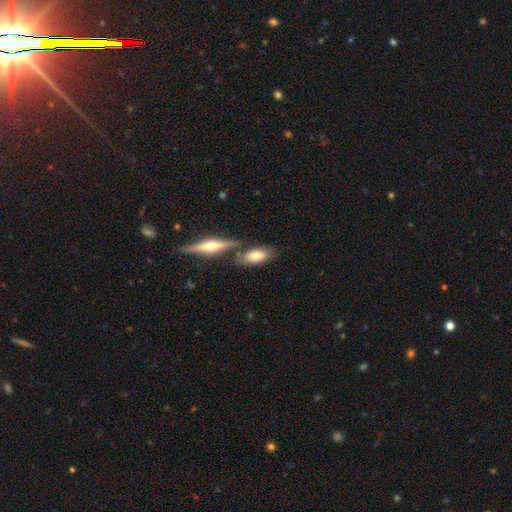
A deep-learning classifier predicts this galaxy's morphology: Smooth or featured? Predicted: smooth (p=0.69). How rounded? Predicted: in between (p=0.82). Merging? Predicted: none (p=0.62).